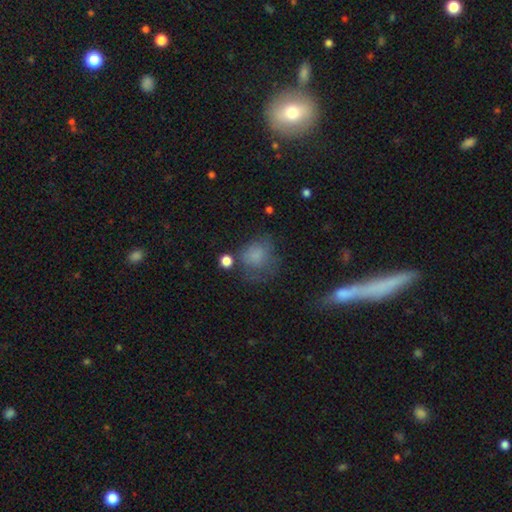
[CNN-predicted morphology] Smooth or featured? Predicted: smooth (p=0.73). How rounded? Predicted: round (p=0.70). Merging? Predicted: none (p=0.46).